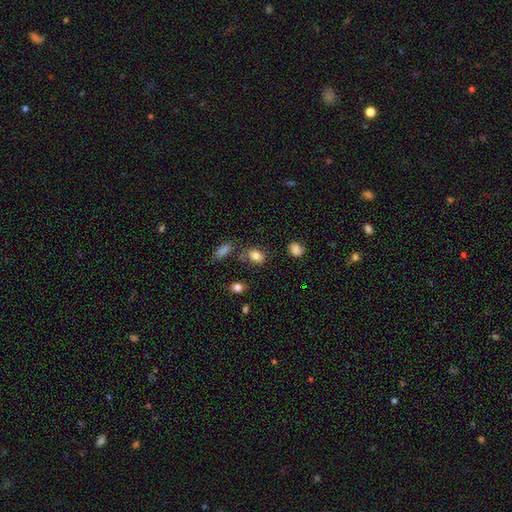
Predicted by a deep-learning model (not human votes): This is clearly a smooth galaxy (80%). How rounded: clearly in between (80%). Merging: likely none (70%).